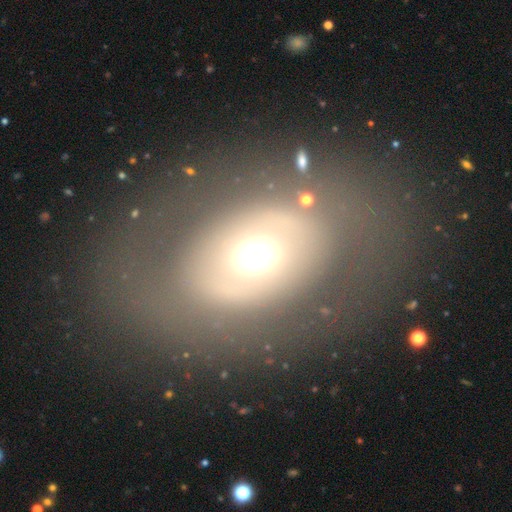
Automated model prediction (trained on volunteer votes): A featured or disk galaxy (49%). Merging: none (76%).